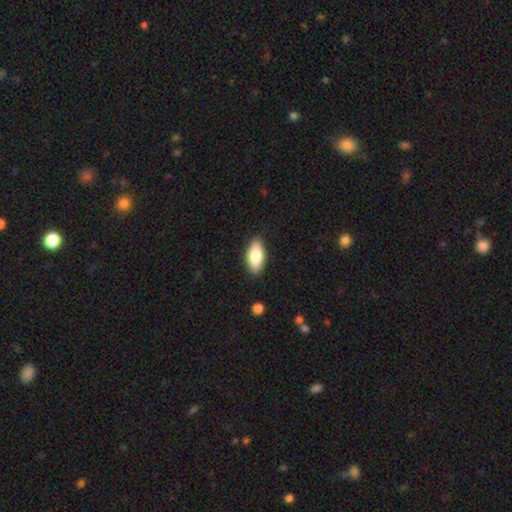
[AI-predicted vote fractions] Smooth or featured: smooth — 78% (featured or disk — 16%)
How rounded: in between — 86% (cigar-shaped — 12%)
Merging: none — 87% (minor disturbance — 9%)